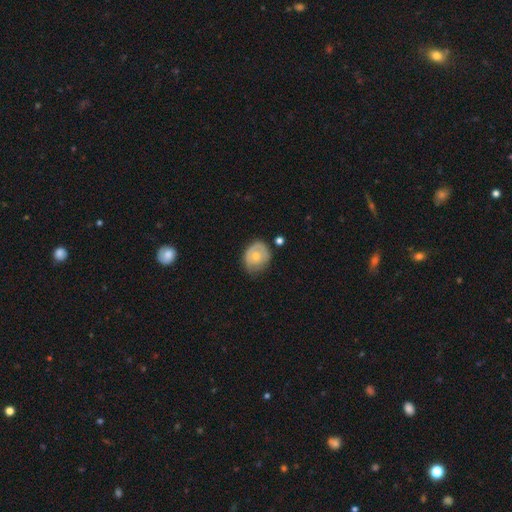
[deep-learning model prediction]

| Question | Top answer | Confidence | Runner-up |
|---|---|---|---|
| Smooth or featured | smooth | 52% | featured or disk (42%) |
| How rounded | round | 61% | in between (38%) |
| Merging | none | 55% | minor disturbance (33%) |